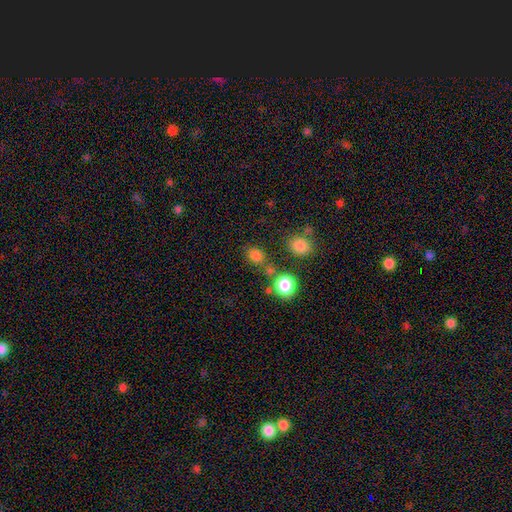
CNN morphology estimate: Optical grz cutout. It shows a smooth galaxy with no disk features (79%) that is round (59%). Merging: none (70%).